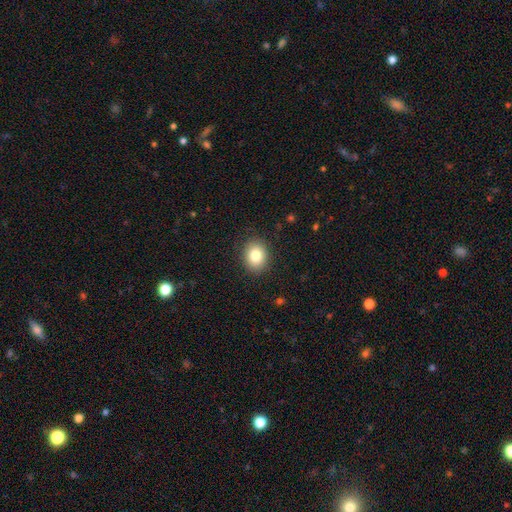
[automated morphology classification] Smooth or featured? Predicted: smooth (p=0.81). How rounded? Predicted: round (p=0.56). Merging? Predicted: none (p=0.89).